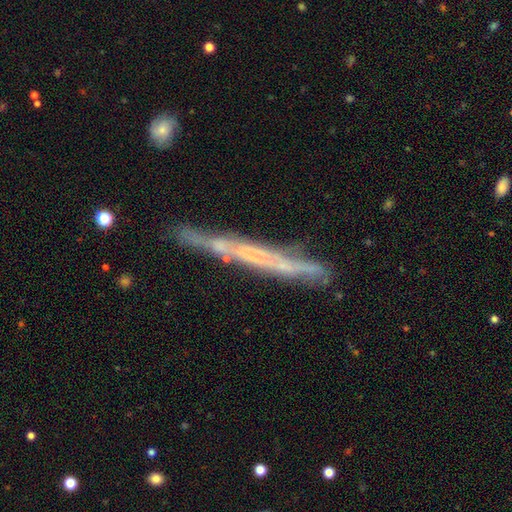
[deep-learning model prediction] featured or disk 65%, smooth 27%, star or artifact 8%. Down the decision tree: edge-on disk — yes (90%); edge-on bulge — none (84%); merging — none (76%).